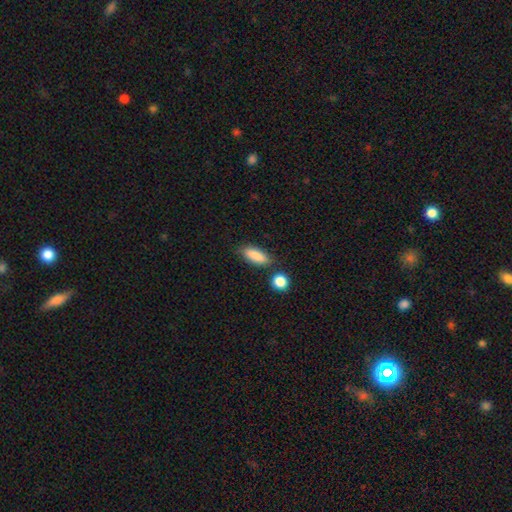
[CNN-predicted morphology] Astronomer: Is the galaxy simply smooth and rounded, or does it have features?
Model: smooth — 87%.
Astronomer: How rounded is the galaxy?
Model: in between — 72%.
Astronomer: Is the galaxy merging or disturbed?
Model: none — 77%.